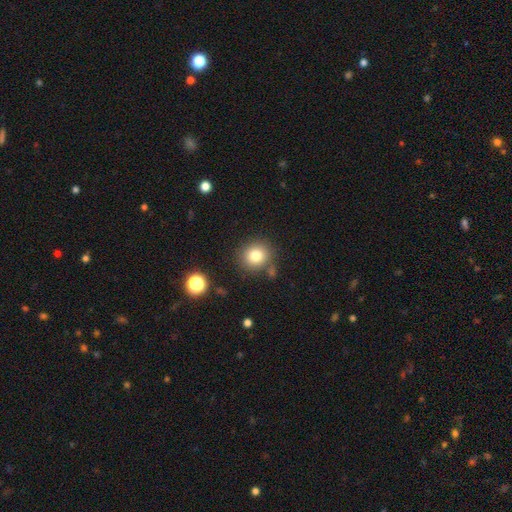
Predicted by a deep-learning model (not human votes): The model was most divided on "smooth or featured": smooth: 80%, star or artifact: 12%, featured or disk: 8%. More confident: how rounded — round (86%); merging — none (81%).